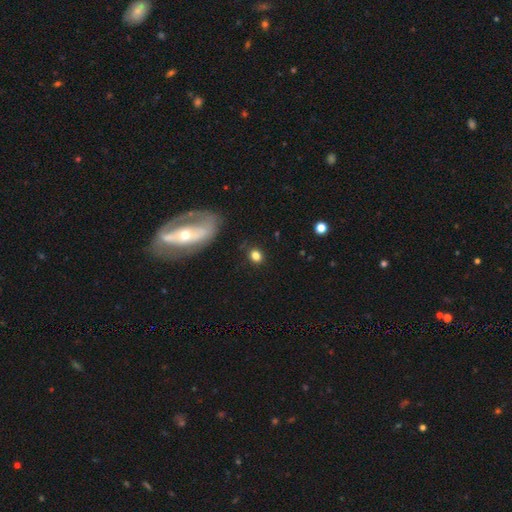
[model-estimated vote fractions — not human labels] Smooth or featured?
  - smooth: 80% *
  - star or artifact: 11%
  - featured or disk: 9%
How rounded?
  - round: 63% *
  - in between: 35%
  - cigar-shaped: 2%
Merging?
  - none: 80% *
  - minor disturbance: 11%
  - major disturbance: 5%
  - merger: 4%